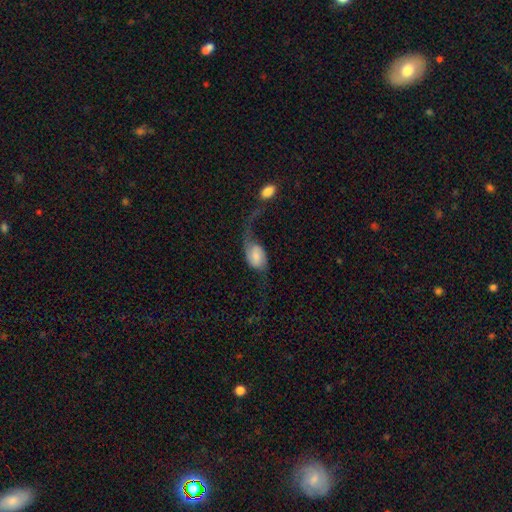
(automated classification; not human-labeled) Smooth or featured? featured or disk (52%)
Edge-on disk? no (96%)
Bar? no (44%)
Spiral arms? yes (83%)
Bulge size? small (32%)
Merging? major disturbance (48%)